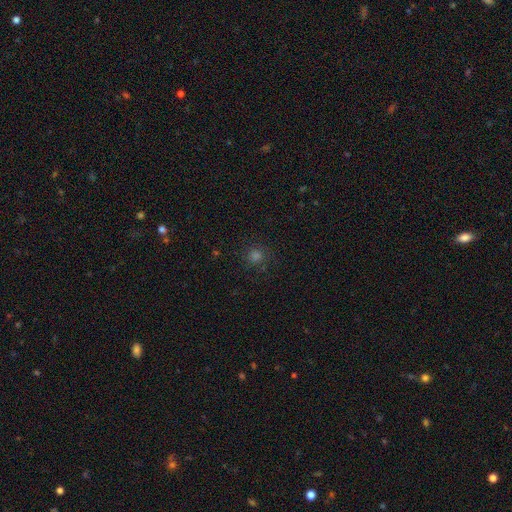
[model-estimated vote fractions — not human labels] Smooth or featured? Predicted: smooth (p=0.68). How rounded? Predicted: round (p=0.93). Merging? Predicted: none (p=0.87).